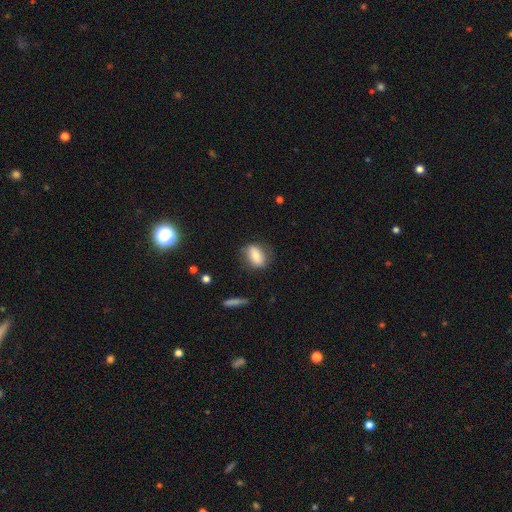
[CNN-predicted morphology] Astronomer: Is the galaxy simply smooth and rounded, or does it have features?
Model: smooth — 74%.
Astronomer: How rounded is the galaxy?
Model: in between — 78%.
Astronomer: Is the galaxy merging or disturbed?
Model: none — 70%.